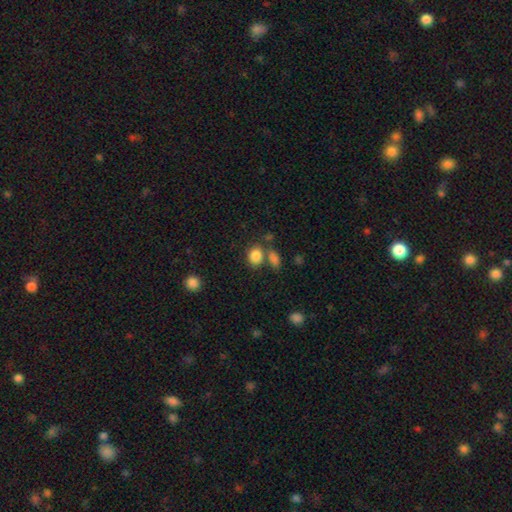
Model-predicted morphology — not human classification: type=smooth (84%); roundness=in between (60%); merging=none (59%).